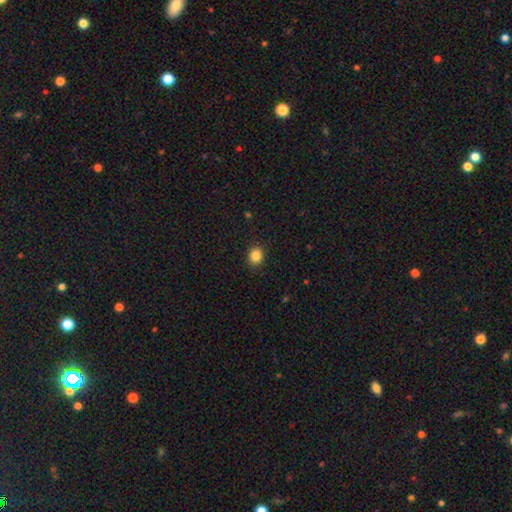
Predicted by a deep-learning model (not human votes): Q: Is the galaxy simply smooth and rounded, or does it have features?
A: smooth — 86%.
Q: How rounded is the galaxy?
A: round — 62%.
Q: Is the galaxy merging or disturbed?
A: none — 90%.